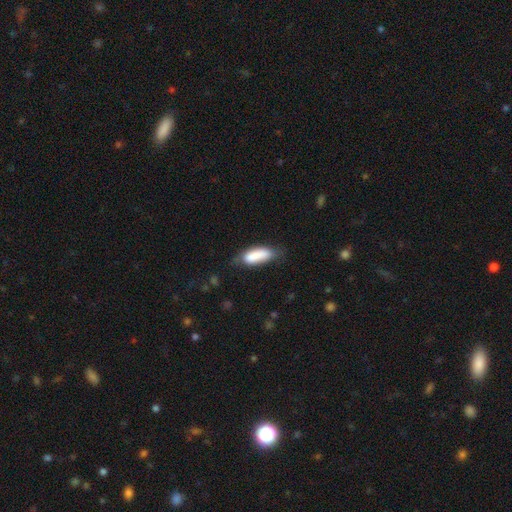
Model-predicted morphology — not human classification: Smooth or featured? smooth (83%)
How rounded? in between (67%)
Merging? none (54%)